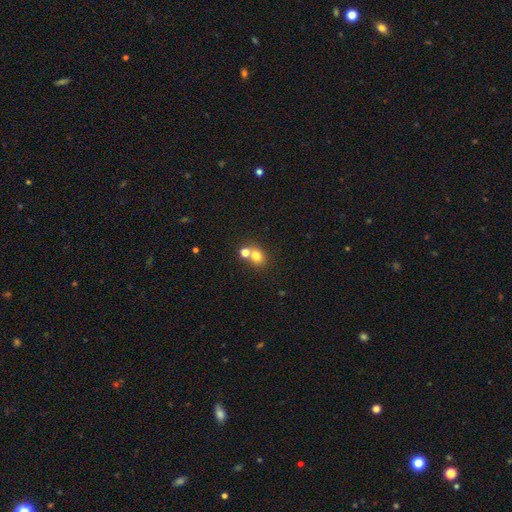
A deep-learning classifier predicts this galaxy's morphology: This appears to be a smooth galaxy with no disk features (75%) that is round (69%). Merging: none (47%).